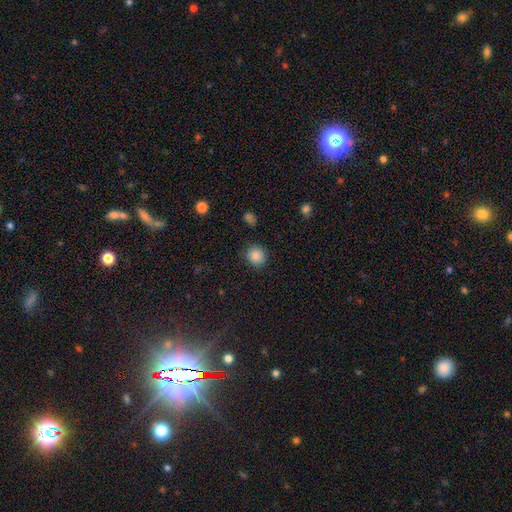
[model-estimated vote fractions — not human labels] smooth_or_featured: smooth (p=0.86) [alt: star or artifact p=0.10]
how_rounded: round (p=0.87) [alt: in between p=0.12]
merging: none (p=0.88) [alt: minor disturbance p=0.08]